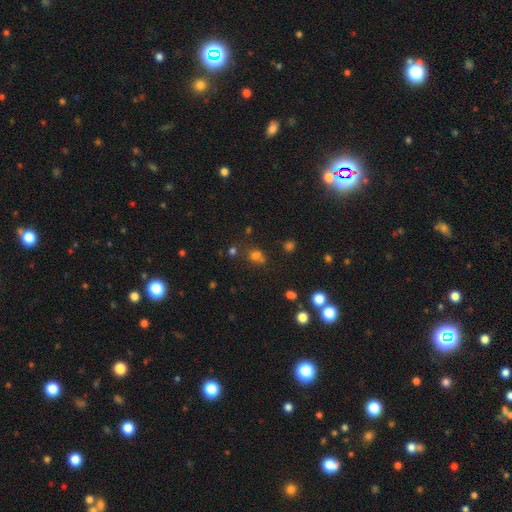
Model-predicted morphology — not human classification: Smooth or featured? smooth (58%)
How rounded? round (71%)
Merging? none (51%)